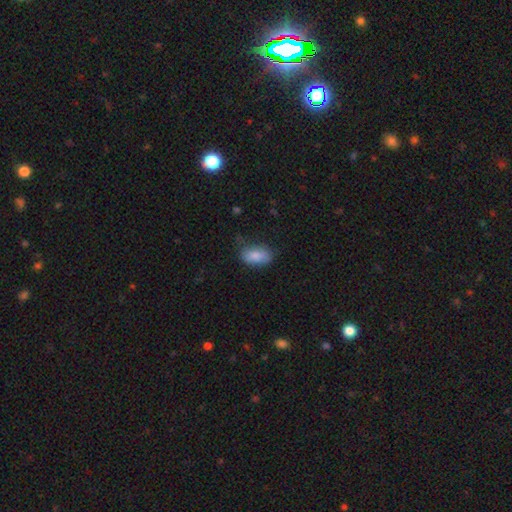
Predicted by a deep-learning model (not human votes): A smooth galaxy with no disk features (85%) that is in between round and cigar-shaped (92%).

Vote fractions:
- Smooth or featured? smooth: 85% / featured or disk: 8% / star or artifact: 7%
- How rounded? in between: 92% / round: 5% / cigar-shaped: 3%
- Merging? none: 69% / minor disturbance: 24% / major disturbance: 6% / merger: 2%